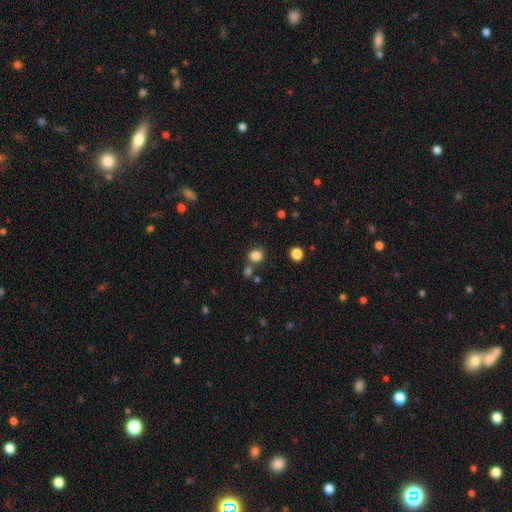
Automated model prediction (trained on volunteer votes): This appears to be a smooth galaxy with no disk features (84%) that is round (73%). Merging: none (74%).